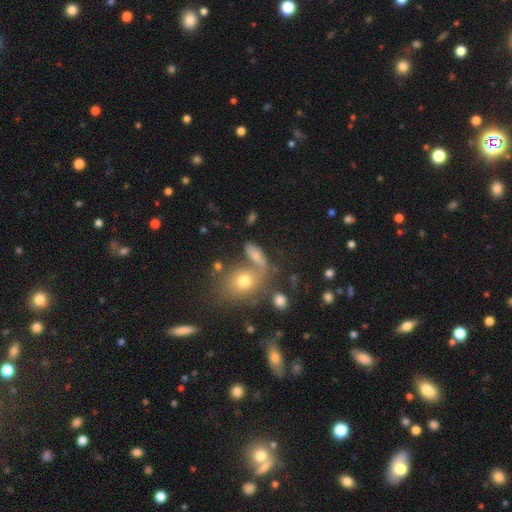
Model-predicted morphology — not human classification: Smooth or featured: smooth — 64% (featured or disk — 22%)
How rounded: in between — 72% (round — 16%)
Merging: none — 38% (merger — 36%)